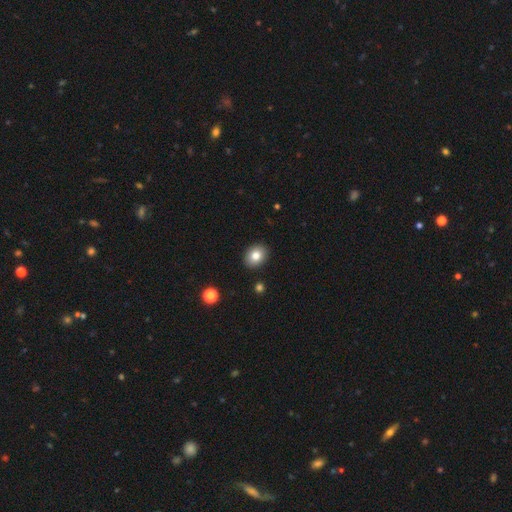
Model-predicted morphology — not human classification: Smooth or featured: smooth — 82% (star or artifact — 9%)
How rounded: in between — 51% (round — 48%)
Merging: none — 90% (minor disturbance — 7%)